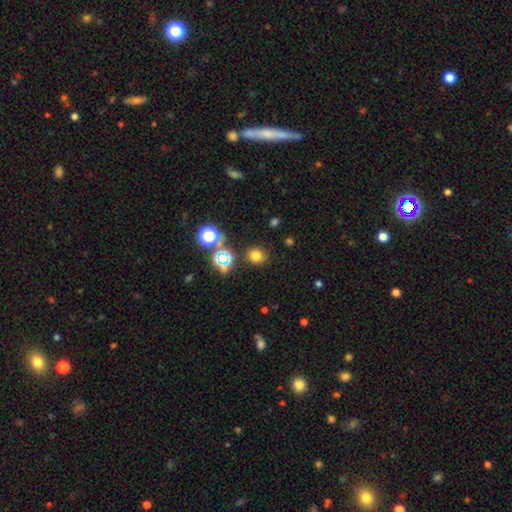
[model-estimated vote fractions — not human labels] The model was most divided on "smooth or featured": smooth: 71%, star or artifact: 23%, featured or disk: 6%. More confident: merging — none (84%); how rounded — round (81%).